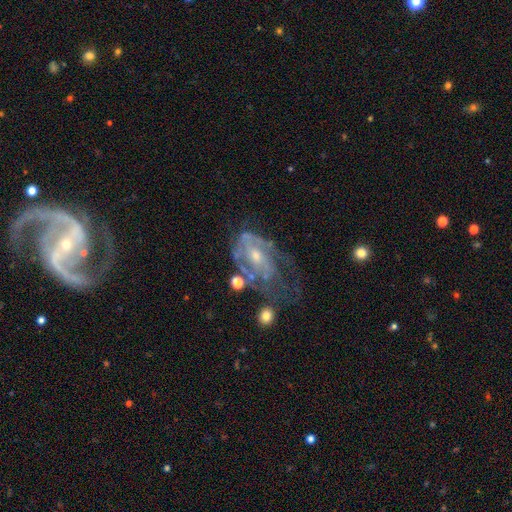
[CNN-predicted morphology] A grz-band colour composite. It shows a featured or disk galaxy (75%) with no bar (64%), spiral arms (67%) and a small central bulge (53%). Merging: major disturbance (38%).